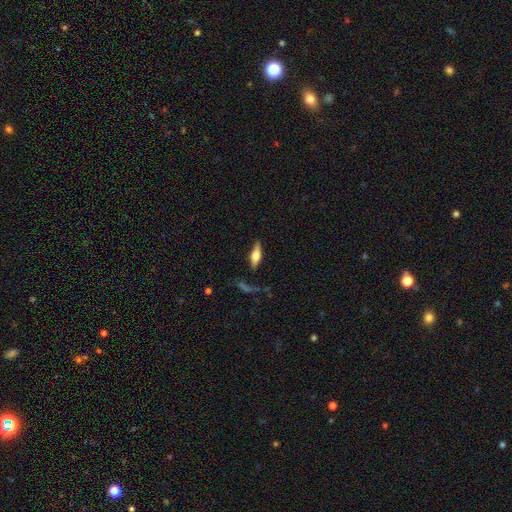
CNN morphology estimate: smooth-or-featured: smooth: 48% | featured or disk: 45% | star or artifact: 7%
  merging: none: 73% | minor disturbance: 17% | major disturbance: 7% | merger: 4%